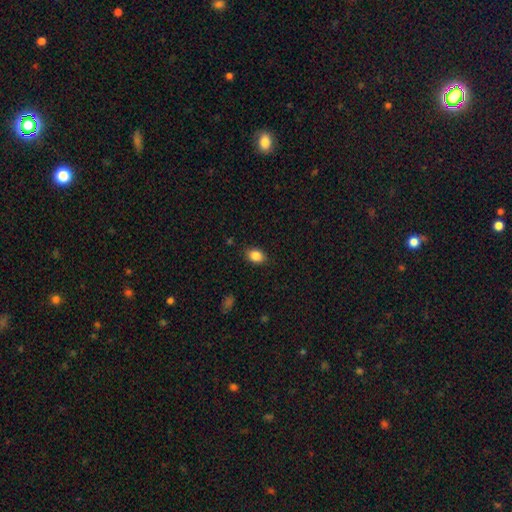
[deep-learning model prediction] A smooth galaxy with no disk features (86%) that is in between round and cigar-shaped (68%).

Vote fractions:
- Smooth or featured? smooth: 86% / star or artifact: 9% / featured or disk: 5%
- How rounded? in between: 68% / round: 31% / cigar-shaped: 1%
- Merging? none: 87% / minor disturbance: 10% / major disturbance: 2% / merger: 1%